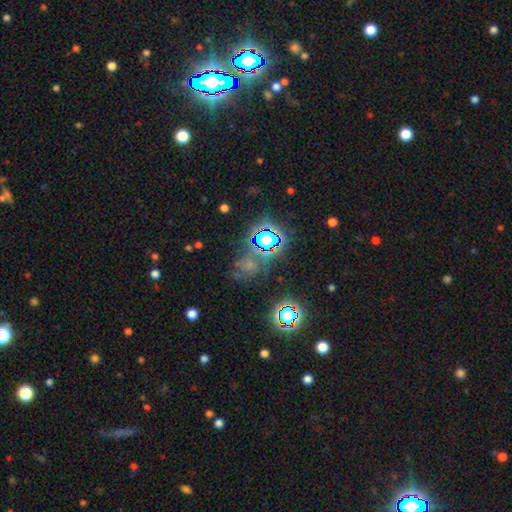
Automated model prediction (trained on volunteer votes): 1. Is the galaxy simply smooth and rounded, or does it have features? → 75% star or artifact, 16% smooth, 9% featured or disk.